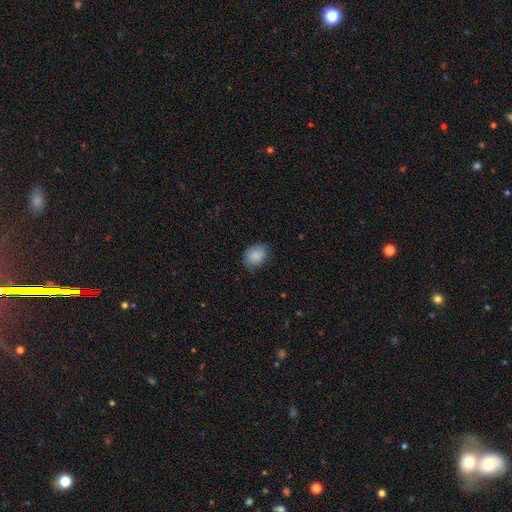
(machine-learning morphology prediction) smooth-or-featured: smooth: 88% | star or artifact: 8% | featured or disk: 5%
  how-rounded: in between: 53% | round: 46% | cigar-shaped: 1%
  merging: none: 79% | minor disturbance: 17% | major disturbance: 3% | merger: 1%